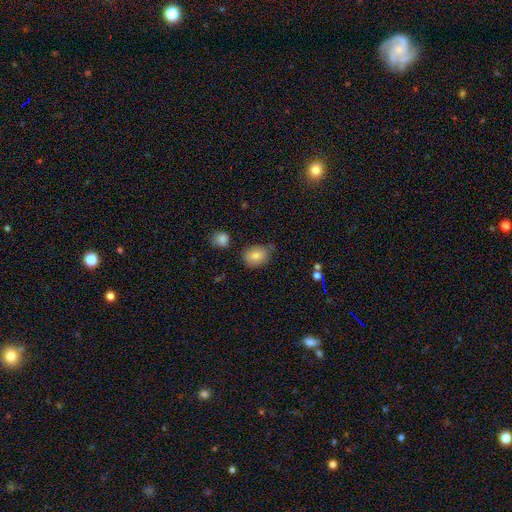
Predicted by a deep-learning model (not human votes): This appears to be a smooth galaxy with no disk features (78%) that is in between round and cigar-shaped (60%). Merging: none (70%).